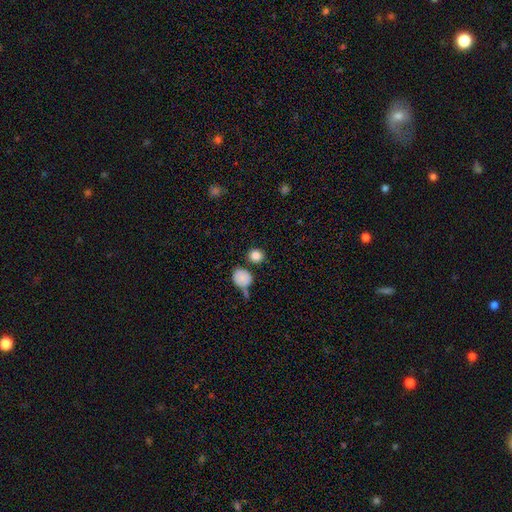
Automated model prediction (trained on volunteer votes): A smooth galaxy with no disk features (85%) that is round (80%).

Vote fractions:
- Smooth or featured? smooth: 85% / star or artifact: 10% / featured or disk: 5%
- How rounded? round: 80% / in between: 19% / cigar-shaped: 1%
- Merging? none: 76% / merger: 11% / minor disturbance: 10% / major disturbance: 3%